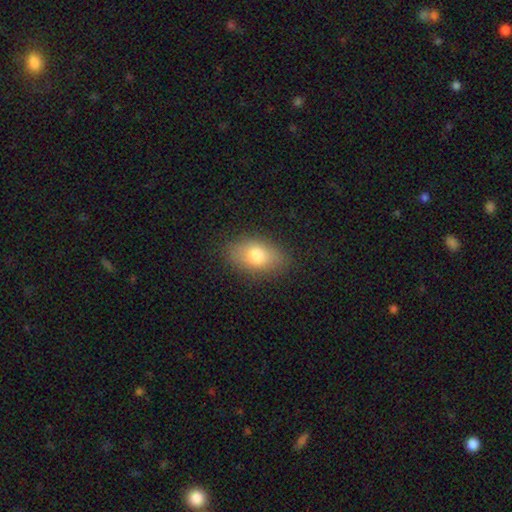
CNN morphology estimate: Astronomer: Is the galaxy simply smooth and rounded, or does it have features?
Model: smooth — 77%.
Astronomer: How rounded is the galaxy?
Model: in between — 86%.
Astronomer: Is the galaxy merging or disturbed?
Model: none — 84%.